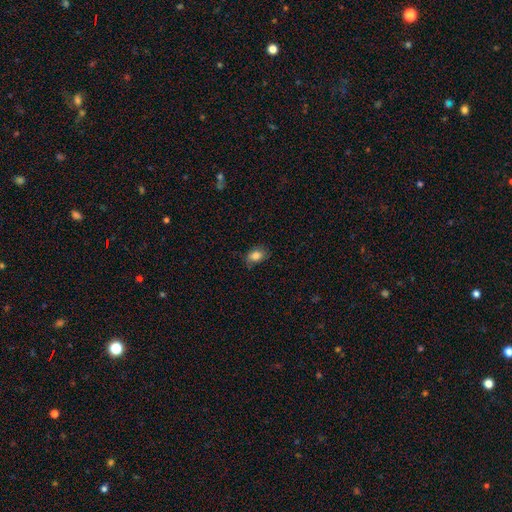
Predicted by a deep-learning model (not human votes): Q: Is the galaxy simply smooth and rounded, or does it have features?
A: smooth — 84%.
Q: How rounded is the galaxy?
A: in between — 80%.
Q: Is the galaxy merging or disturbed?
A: none — 77%.